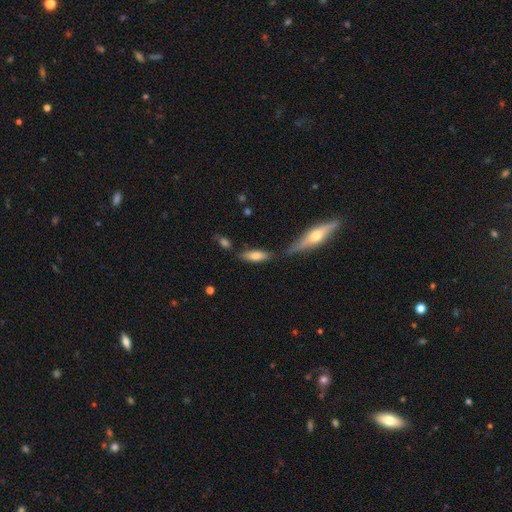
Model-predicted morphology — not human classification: Smooth or featured?
  - smooth: 68% *
  - featured or disk: 25%
  - star or artifact: 7%
How rounded?
  - in between: 52% *
  - cigar-shaped: 46%
  - round: 2%
Merging?
  - none: 69% *
  - minor disturbance: 15%
  - merger: 12%
  - major disturbance: 4%